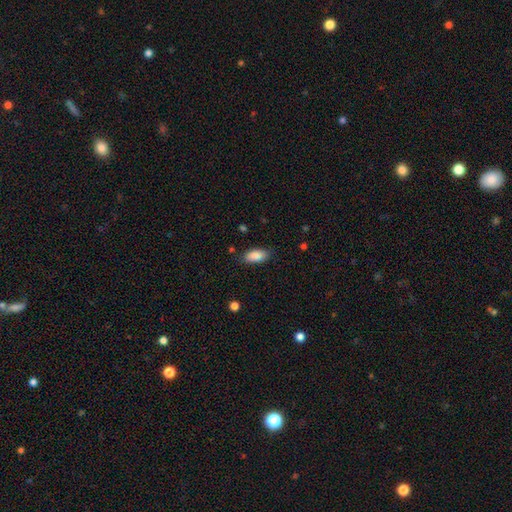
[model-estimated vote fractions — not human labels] Morphology: type=smooth (88%); roundness=in between (89%); merging=none (82%).